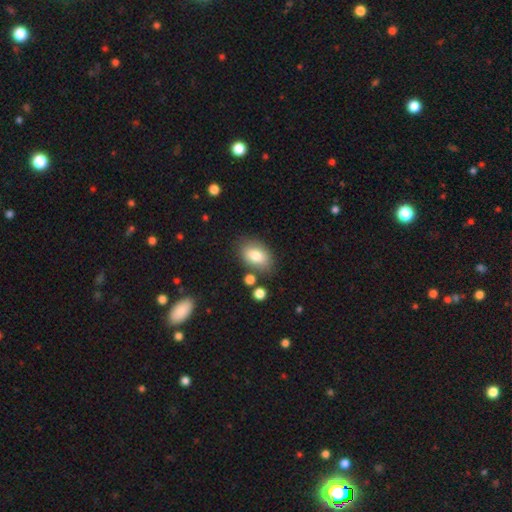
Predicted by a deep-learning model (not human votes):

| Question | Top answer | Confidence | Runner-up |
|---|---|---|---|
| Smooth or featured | smooth | 79% | featured or disk (13%) |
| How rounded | in between | 89% | round (10%) |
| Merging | none | 75% | minor disturbance (15%) |